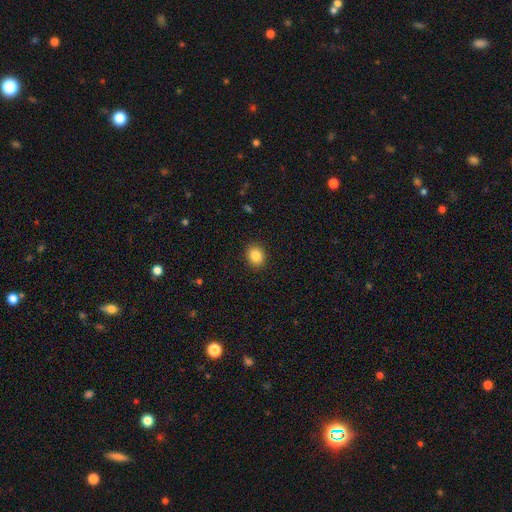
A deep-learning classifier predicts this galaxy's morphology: type=smooth (85%); roundness=round (64%); merging=none (90%).